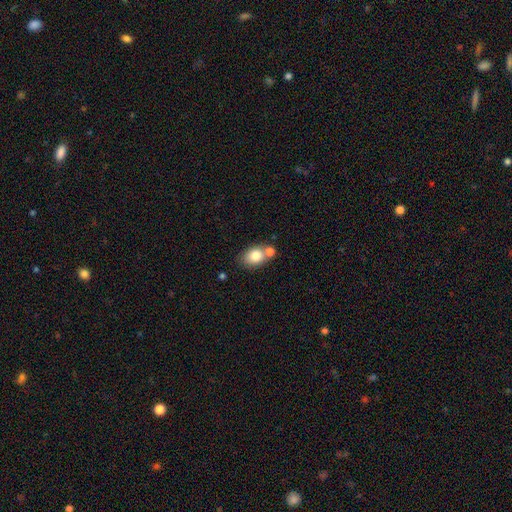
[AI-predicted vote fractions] Smooth or featured? smooth (79%)
How rounded? in between (74%)
Merging? none (51%)